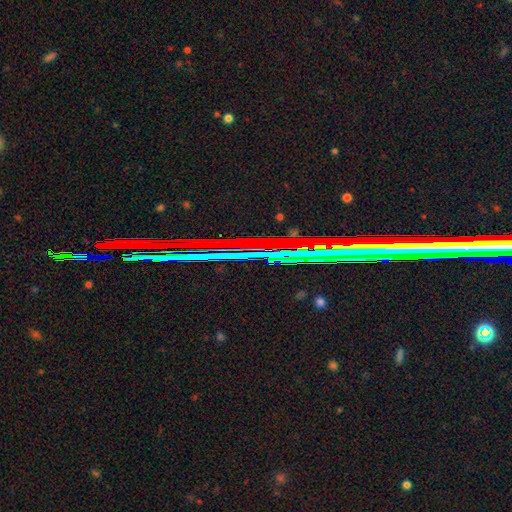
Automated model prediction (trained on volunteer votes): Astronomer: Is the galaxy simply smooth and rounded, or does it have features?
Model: star or artifact — 76%.